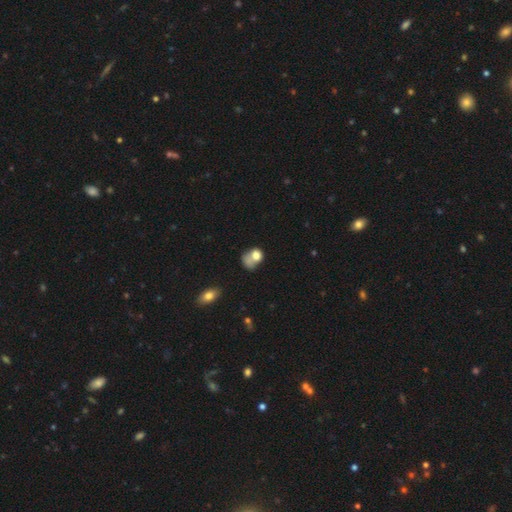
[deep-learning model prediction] This is likely a smooth galaxy (71%). How rounded: possibly in between (50%). Merging: marginally merger (30%).